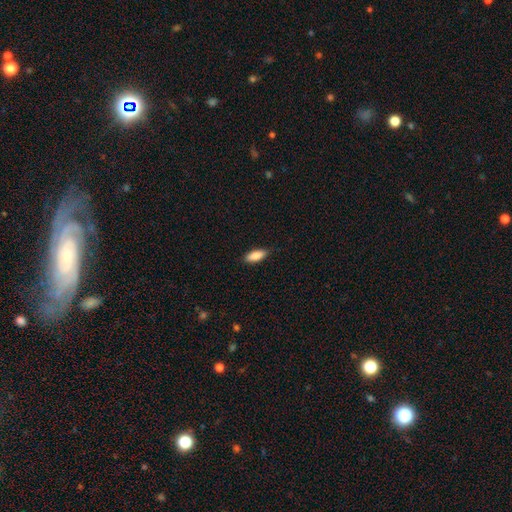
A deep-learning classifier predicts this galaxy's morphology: Q: Smooth or featured?
A: smooth (87%); runner-up: featured or disk (7%)
Q: How rounded?
A: in between (79%); runner-up: cigar-shaped (19%)
Q: Merging?
A: none (86%); runner-up: minor disturbance (11%)